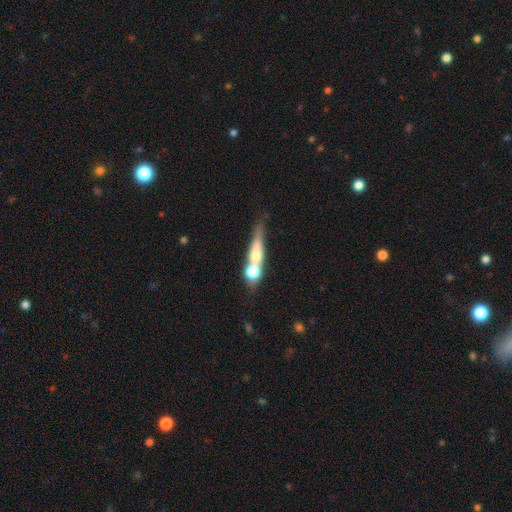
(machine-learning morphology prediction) Smooth or featured?
  - smooth: 46% * (tied)
  - featured or disk: 46% * (tied)
  - star or artifact: 8%
Merging?
  - merger: 49% *
  - none: 33%
  - minor disturbance: 11%
  - major disturbance: 7%